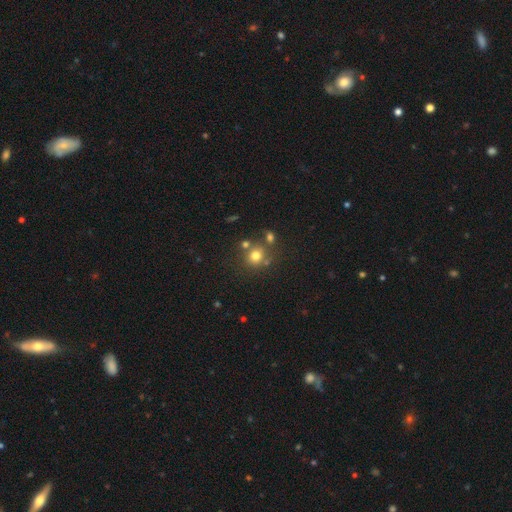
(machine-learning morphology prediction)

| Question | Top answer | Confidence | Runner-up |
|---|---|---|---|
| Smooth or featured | smooth | 73% | star or artifact (16%) |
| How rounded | round | 84% | in between (15%) |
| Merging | none | 66% | merger (18%) |